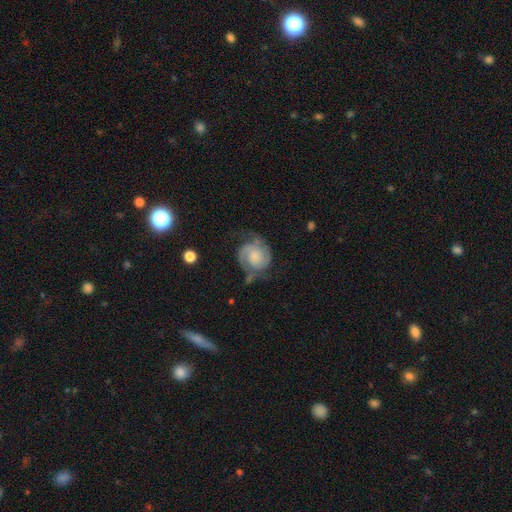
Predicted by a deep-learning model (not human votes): Smooth or featured?
  - featured or disk: 84% *
  - smooth: 10%
  - star or artifact: 6%
Edge-on disk?
  - no: 98% *
  - yes: 2%
Bar?
  - no: 70% *
  - weak: 25%
  - strong: 5%
Spiral arms?
  - yes: 97% *
  - no: 3%
Spiral winding?
  - medium: 44% *
  - tight: 43%
  - loose: 13%
Spiral arm count?
  - 2: 87% *
  - can't tell: 4%
  - 3: 4%
  - 1: 2%
  - 4: 1%
  - more than 4: 1%
Bulge size?
  - small: 34% *
  - moderate: 25%
  - none: 25%
  - large: 12%
  - dominant: 3%
Merging?
  - none: 65% *
  - minor disturbance: 21%
  - major disturbance: 12%
  - merger: 2%